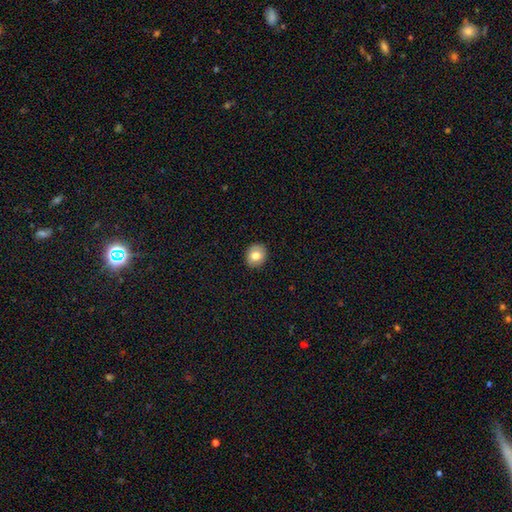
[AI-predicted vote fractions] Morphology: type=smooth (79%); roundness=round (72%); merging=none (90%).